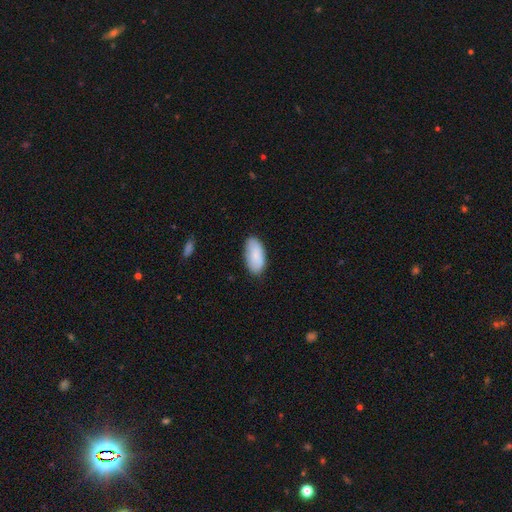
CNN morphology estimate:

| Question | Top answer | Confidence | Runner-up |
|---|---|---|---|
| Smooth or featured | smooth | 84% | featured or disk (10%) |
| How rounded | in between | 94% | cigar-shaped (3%) |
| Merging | none | 81% | minor disturbance (15%) |